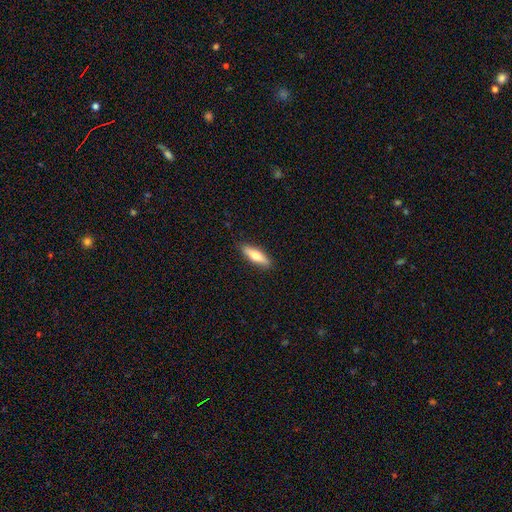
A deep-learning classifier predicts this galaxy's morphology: Smooth or featured? smooth (69%)
How rounded? cigar-shaped (57%)
Merging? none (88%)